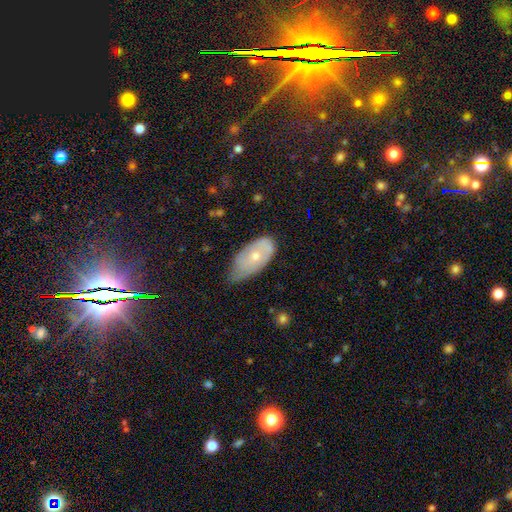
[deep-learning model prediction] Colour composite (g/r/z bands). It shows a smooth galaxy with no disk features (53%) that is in between round and cigar-shaped (91%). Merging: minor disturbance (49%).